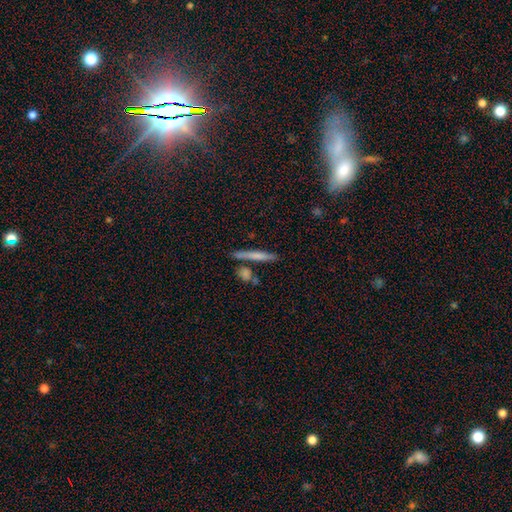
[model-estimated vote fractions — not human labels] This is likely a smooth galaxy (62%). How rounded: clearly cigar-shaped (91%). Merging: likely none (76%).